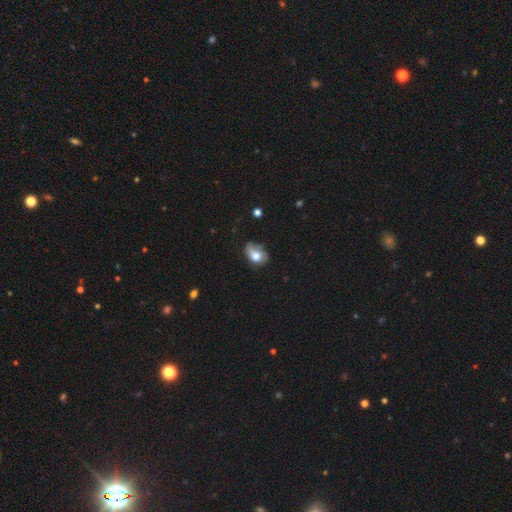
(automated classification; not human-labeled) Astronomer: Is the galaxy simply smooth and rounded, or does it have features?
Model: smooth — 71%.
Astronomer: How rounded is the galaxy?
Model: in between — 79%.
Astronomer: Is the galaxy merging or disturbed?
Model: minor disturbance — 40% (runner-up: none, 31%).